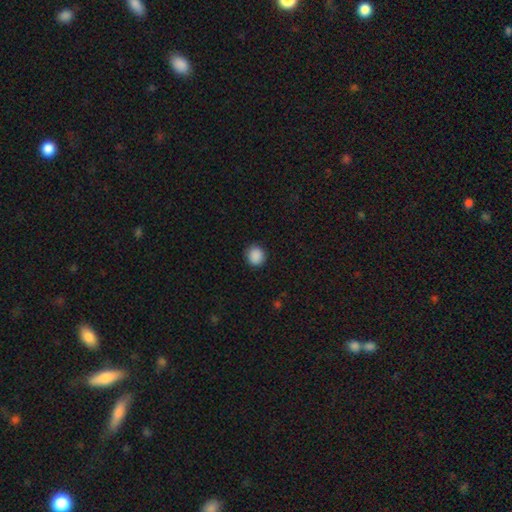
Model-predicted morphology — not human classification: Smooth or featured? smooth (89%)
How rounded? round (86%)
Merging? none (90%)